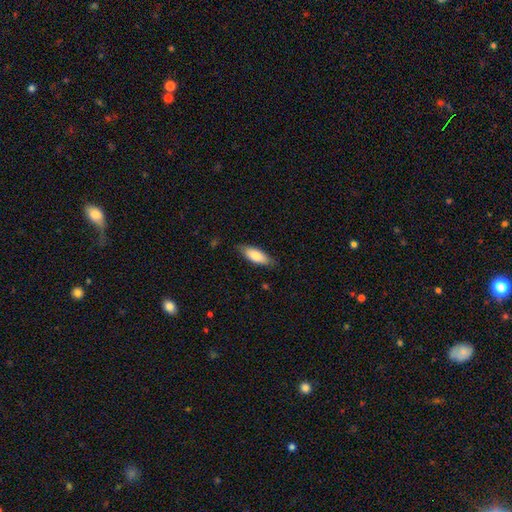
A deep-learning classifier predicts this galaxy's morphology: The model was most divided on "how rounded": in between: 71%, cigar-shaped: 27%, round: 2%. More confident: smooth or featured — smooth (80%); merging — none (80%).